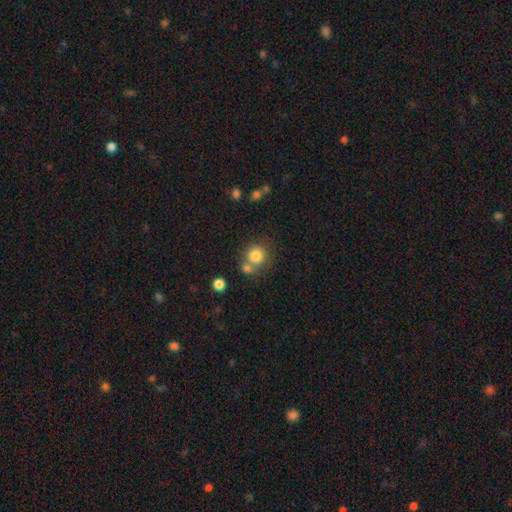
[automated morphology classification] The model was most divided on "merging": none: 61%, merger: 26%, minor disturbance: 9%, major disturbance: 4%. More confident: how rounded — round (89%); smooth or featured — smooth (81%).